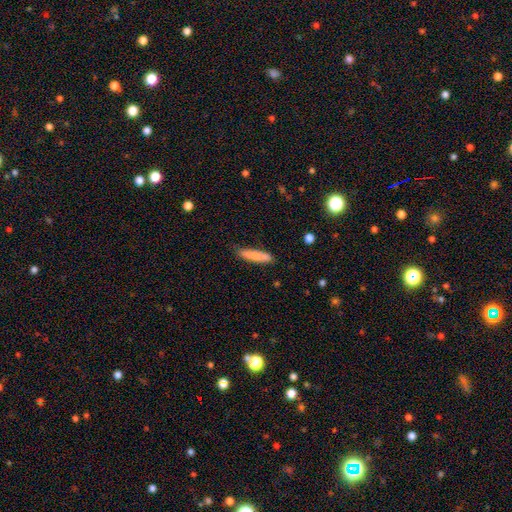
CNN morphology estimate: A smooth galaxy with no disk features (82%) that is cigar-shaped (84%). Merging: none (83%).